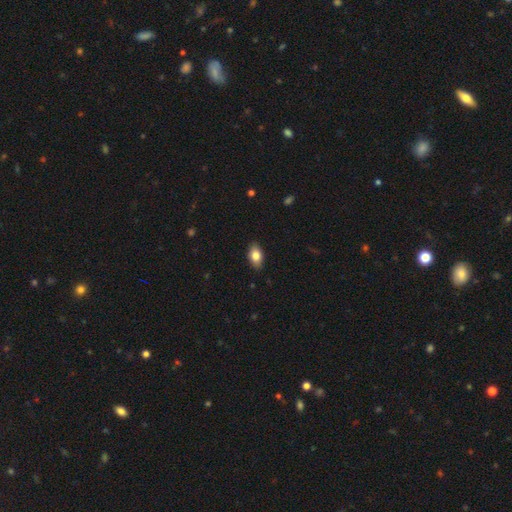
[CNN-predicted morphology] The model was most divided on "smooth or featured": smooth: 81%, featured or disk: 11%, star or artifact: 7%. More confident: how rounded — in between (90%); merging — none (87%).